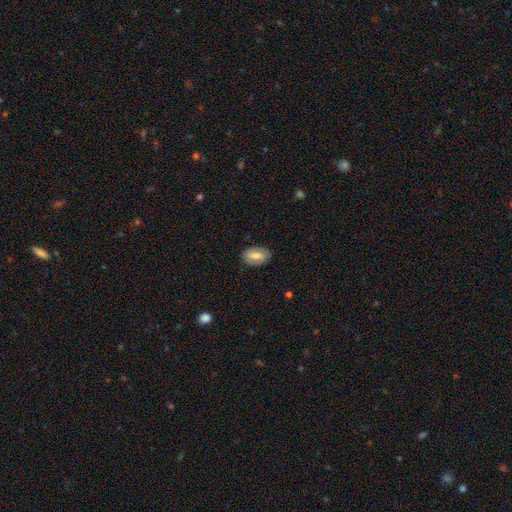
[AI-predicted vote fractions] This is possibly a smooth galaxy (46%, tied with featured or disk). Merging: clearly none (82%).